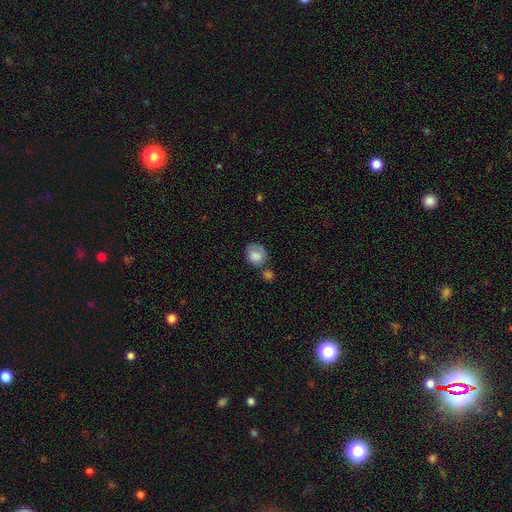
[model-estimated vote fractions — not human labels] Q: Smooth or featured?
A: smooth (81%); runner-up: featured or disk (11%)
Q: How rounded?
A: round (61%); runner-up: in between (38%)
Q: Merging?
A: none (46%); runner-up: merger (23%)